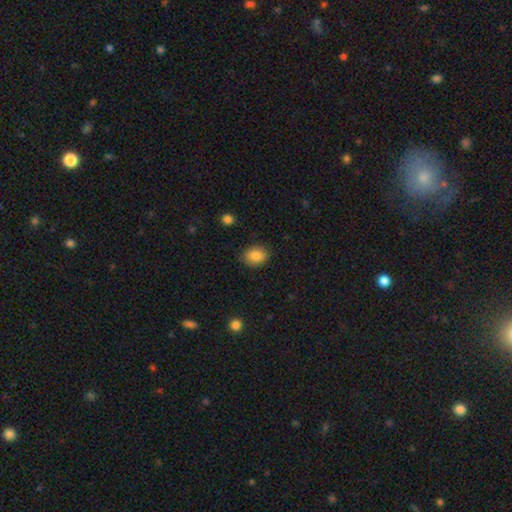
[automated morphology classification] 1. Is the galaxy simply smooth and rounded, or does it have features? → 86% smooth, 8% star or artifact, 6% featured or disk.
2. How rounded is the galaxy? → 66% in between, 33% round, 1% cigar-shaped.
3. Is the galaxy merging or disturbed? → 84% none, 12% minor disturbance, 3% major disturbance, 1% merger.